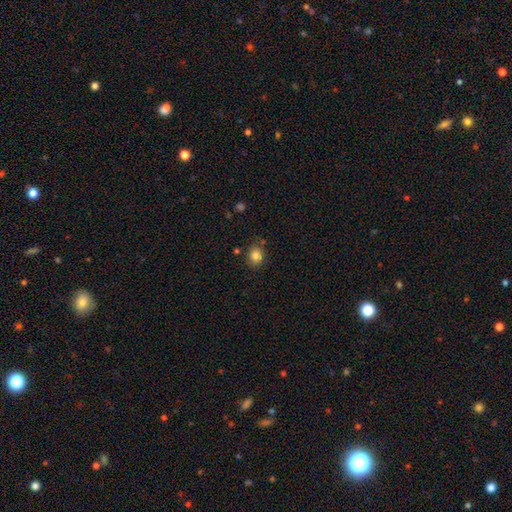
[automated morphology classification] Smooth or featured: smooth — 83% (star or artifact — 11%)
How rounded: round — 63% (in between — 36%)
Merging: none — 78% (minor disturbance — 14%)